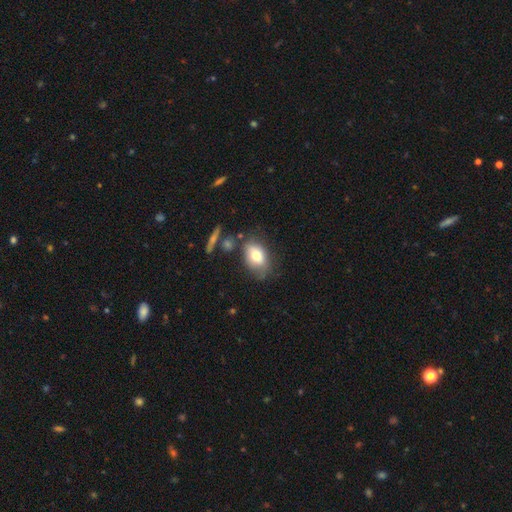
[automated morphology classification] Q: Smooth or featured?
A: smooth (74%); runner-up: featured or disk (17%)
Q: How rounded?
A: in between (83%); runner-up: round (15%)
Q: Merging?
A: none (61%); runner-up: minor disturbance (24%)